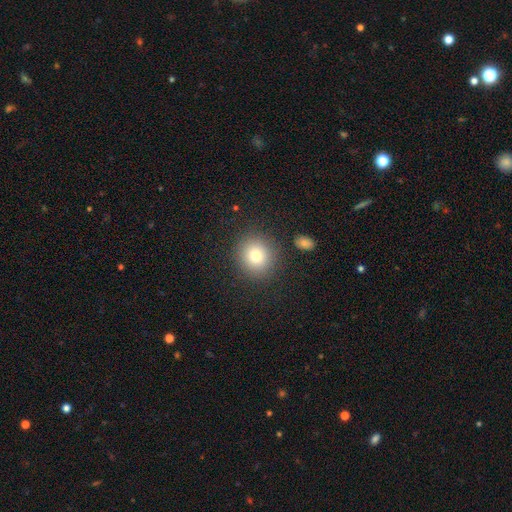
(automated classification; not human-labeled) Overall: smooth (79%). How rounded: round (89%). Merging: none (87%).